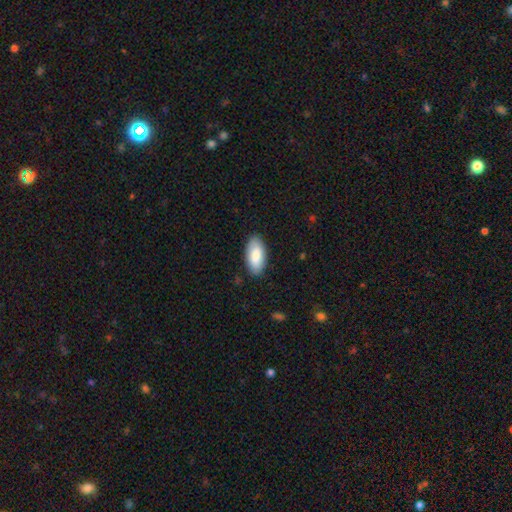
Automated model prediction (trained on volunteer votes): Smooth or featured: smooth — 84% (featured or disk — 11%)
How rounded: in between — 91% (cigar-shaped — 7%)
Merging: none — 88% (minor disturbance — 9%)